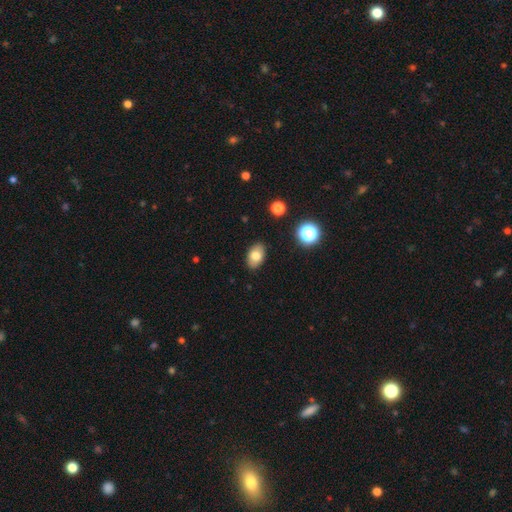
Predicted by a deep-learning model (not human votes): Morphology: type=smooth (78%); roundness=in between (88%); merging=none (87%).